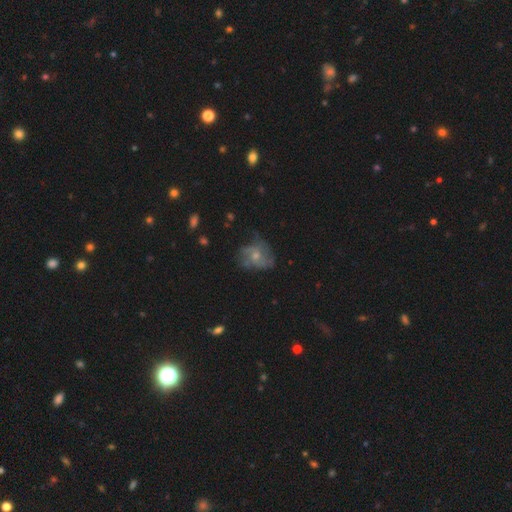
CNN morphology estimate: smooth_or_featured: featured or disk (p=0.63) [alt: smooth p=0.28]
disk_edge_on: no (p=0.97) [alt: yes p=0.03]
bar: no (p=0.76) [alt: weak p=0.21]
has_spiral_arms: yes (p=0.74) [alt: no p=0.26]
bulge_size: small (p=0.47) [alt: moderate p=0.45]
merging: none (p=0.53) [alt: minor disturbance p=0.26]